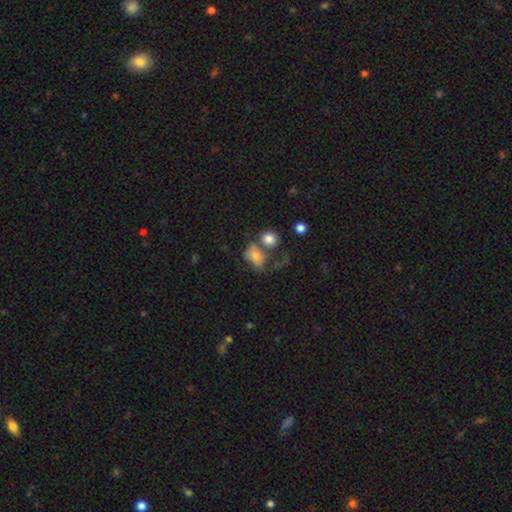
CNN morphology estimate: Smooth or featured? Predicted: smooth (p=0.72). How rounded? Predicted: in between (p=0.74). Merging? Predicted: merger (p=0.34).